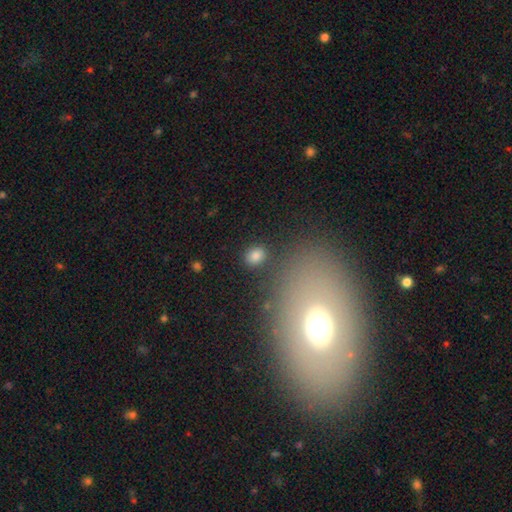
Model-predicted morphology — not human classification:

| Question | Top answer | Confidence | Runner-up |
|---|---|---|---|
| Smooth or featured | smooth | 82% | star or artifact (12%) |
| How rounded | in between | 49% | tied: round (49%) |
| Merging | none | 86% | minor disturbance (8%) |